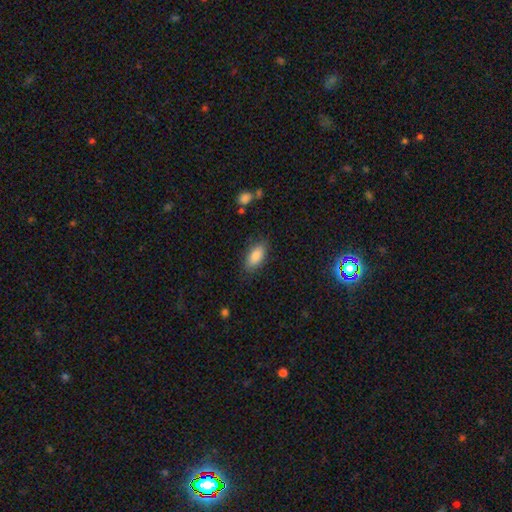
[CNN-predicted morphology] Q: Smooth or featured?
A: smooth (85%); runner-up: featured or disk (8%)
Q: How rounded?
A: in between (88%); runner-up: cigar-shaped (9%)
Q: Merging?
A: none (83%); runner-up: minor disturbance (13%)